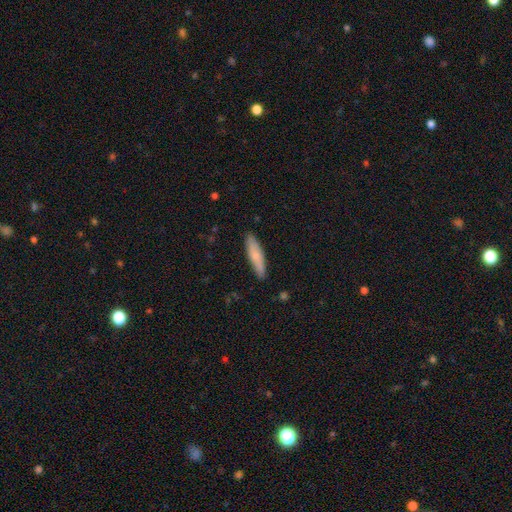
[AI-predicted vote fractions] This appears to be a smooth galaxy with no disk features (76%) that is cigar-shaped (76%). Merging: none (88%).